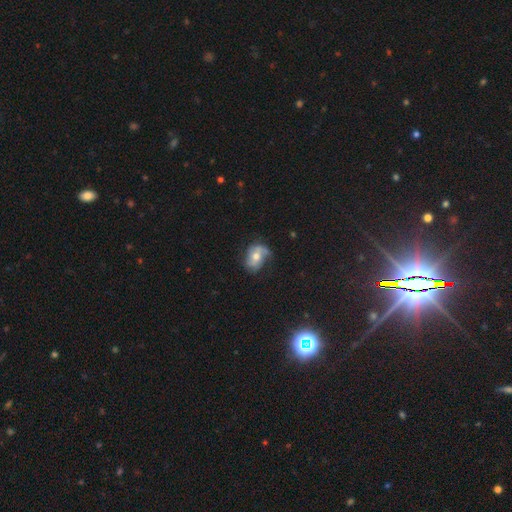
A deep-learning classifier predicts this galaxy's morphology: featured or disk 56%, smooth 35%, star or artifact 9%. Down the decision tree: edge-on disk — no (96%); bar — no (63%); spiral arms — yes (79%); bulge size — moderate (68%); merging — none (50%).